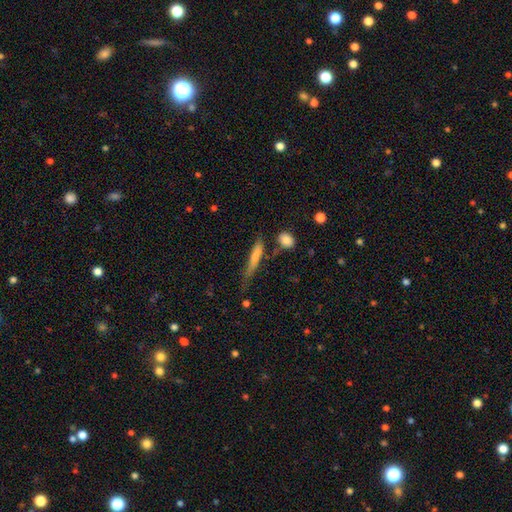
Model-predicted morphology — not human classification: Smooth or featured? Predicted: smooth (p=0.67). How rounded? Predicted: cigar-shaped (p=0.86). Merging? Predicted: none (p=0.49).